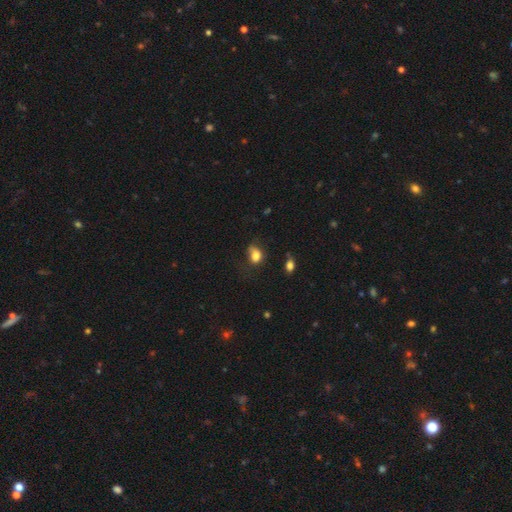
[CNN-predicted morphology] Smooth or featured? Predicted: smooth (p=0.79). How rounded? Predicted: in between (p=0.61). Merging? Predicted: none (p=0.42).